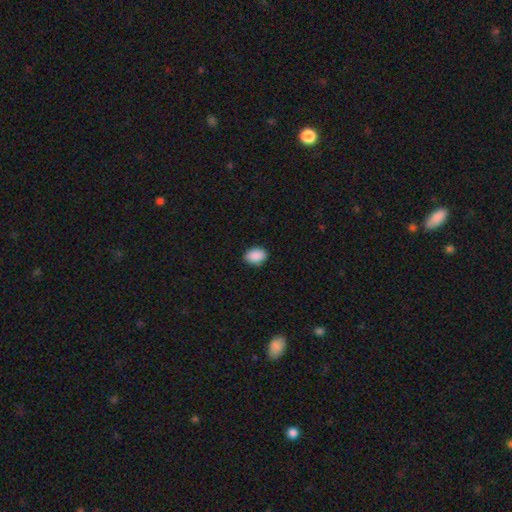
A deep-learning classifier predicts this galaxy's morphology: This appears to be a smooth galaxy with no disk features (90%) that is in between round and cigar-shaped (76%). Merging: none (87%).